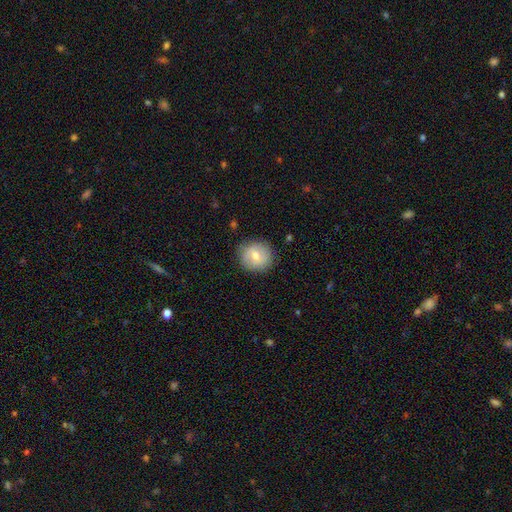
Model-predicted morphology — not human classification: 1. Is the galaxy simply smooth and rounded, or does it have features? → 63% smooth, 28% featured or disk, 8% star or artifact.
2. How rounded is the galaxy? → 88% round, 11% in between, 1% cigar-shaped.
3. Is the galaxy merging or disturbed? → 86% none, 10% minor disturbance, 3% major disturbance, 1% merger.